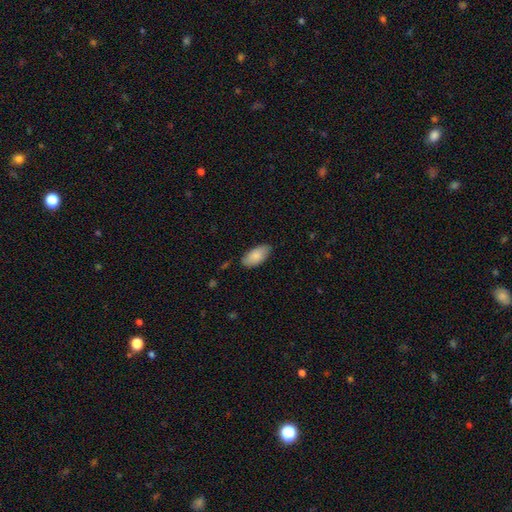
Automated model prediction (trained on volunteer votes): A smooth galaxy with no disk features (86%) that is in between round and cigar-shaped (94%).

Vote fractions:
- Smooth or featured? smooth: 86% / featured or disk: 8% / star or artifact: 6%
- How rounded? in between: 94% / cigar-shaped: 4% / round: 2%
- Merging? none: 79% / minor disturbance: 17% / major disturbance: 3% / merger: 1%